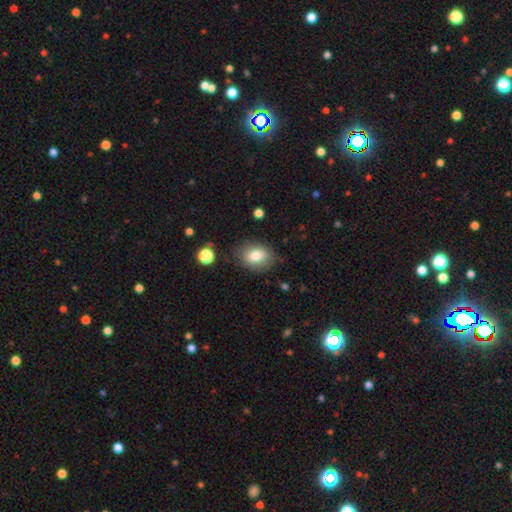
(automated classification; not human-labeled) Morphology: type=smooth (79%); roundness=in between (68%); merging=none (79%).